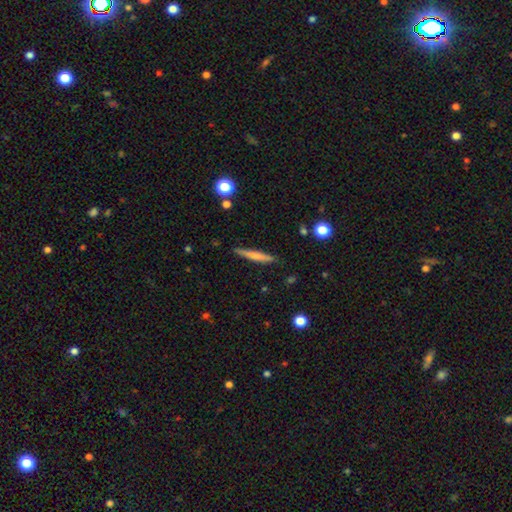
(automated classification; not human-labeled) The model was most divided on "smooth or featured": smooth: 60%, featured or disk: 33%, star or artifact: 6%. More confident: how rounded — cigar-shaped (94%); merging — none (86%).